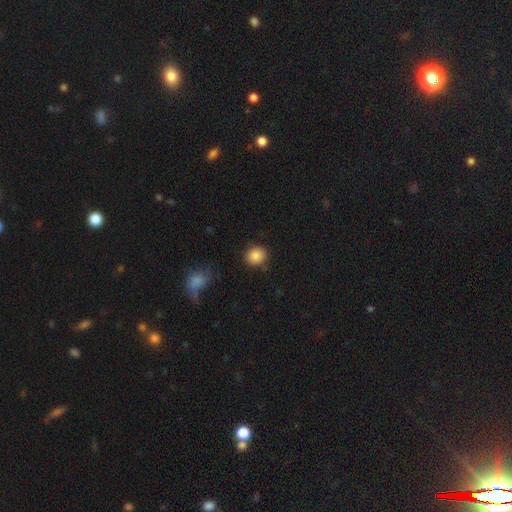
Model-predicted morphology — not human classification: Overall: smooth (87%). How rounded: round (77%). Merging: none (86%).